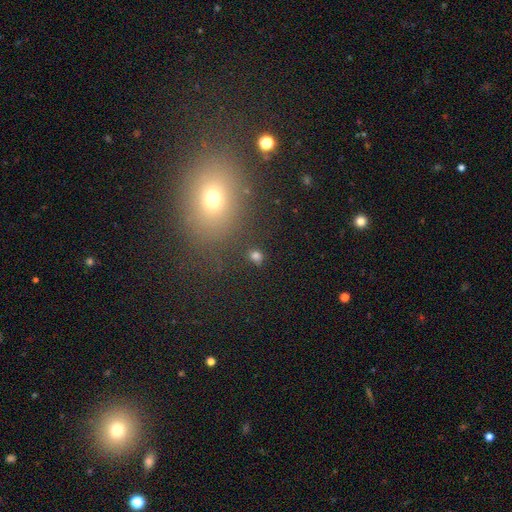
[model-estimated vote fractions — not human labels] The model was most divided on "how rounded": round: 56%, in between: 42%, cigar-shaped: 2%. More confident: merging — none (79%); smooth or featured — smooth (76%).